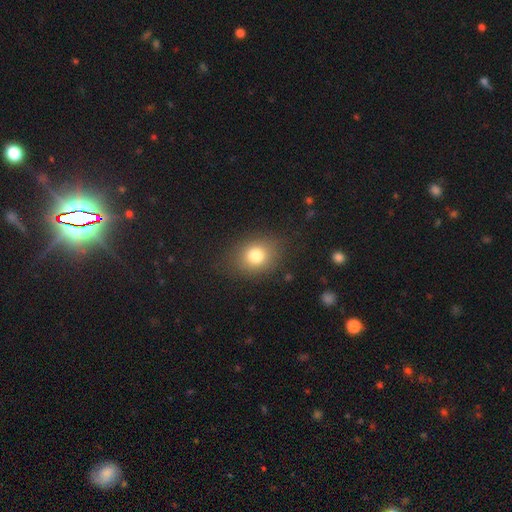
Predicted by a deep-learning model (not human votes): The model was most divided on "how rounded": round: 52%, in between: 47%, cigar-shaped: 1%. More confident: merging — none (82%); smooth or featured — smooth (79%).